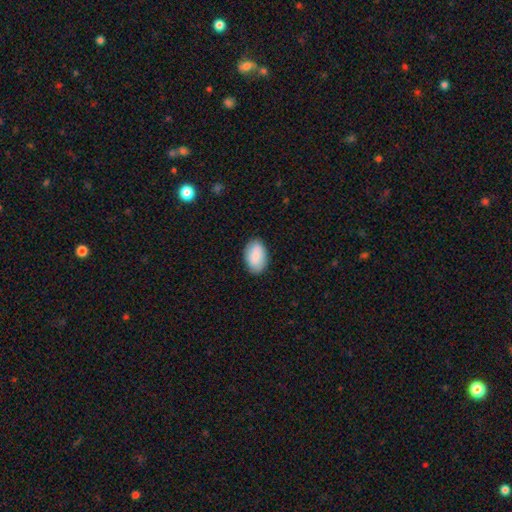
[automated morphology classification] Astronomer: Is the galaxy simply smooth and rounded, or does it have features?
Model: smooth — 86%.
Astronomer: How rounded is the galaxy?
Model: in between — 92%.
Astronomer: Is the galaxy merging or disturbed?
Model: none — 86%.